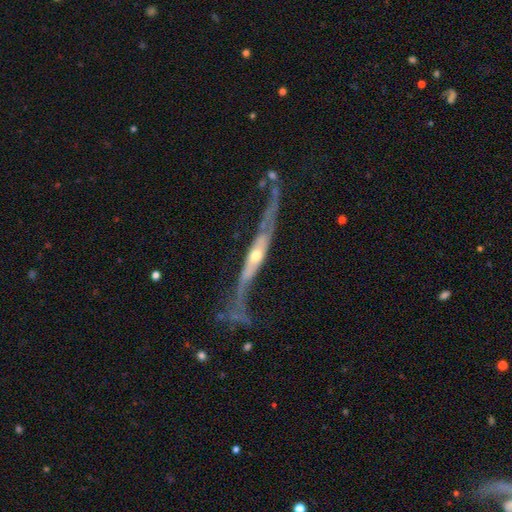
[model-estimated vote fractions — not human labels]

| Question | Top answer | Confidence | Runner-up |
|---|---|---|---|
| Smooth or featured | featured or disk | 81% | smooth (13%) |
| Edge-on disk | yes | 60% | no (40%) |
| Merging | none | 40% | major disturbance (29%) |